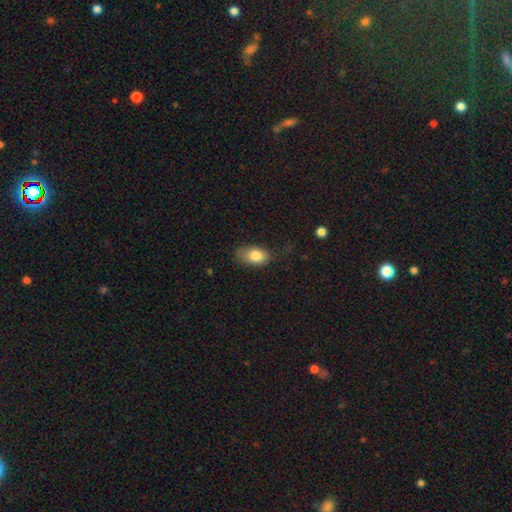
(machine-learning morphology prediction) Overall: smooth (82%). How rounded: in between (88%). Merging: none (61%; minor disturbance 27%).